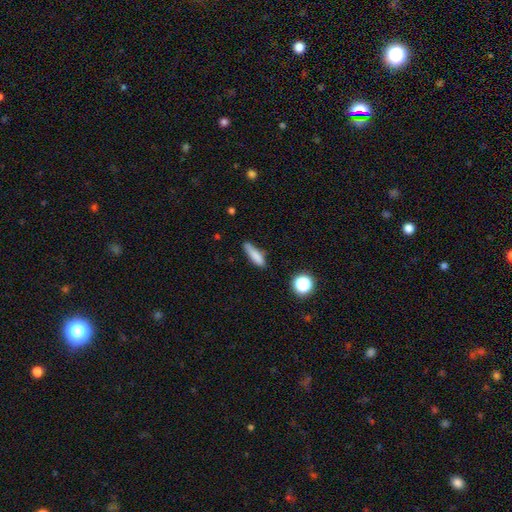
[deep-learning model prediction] Smooth or featured? smooth (79%)
How rounded? cigar-shaped (70%)
Merging? none (64%)